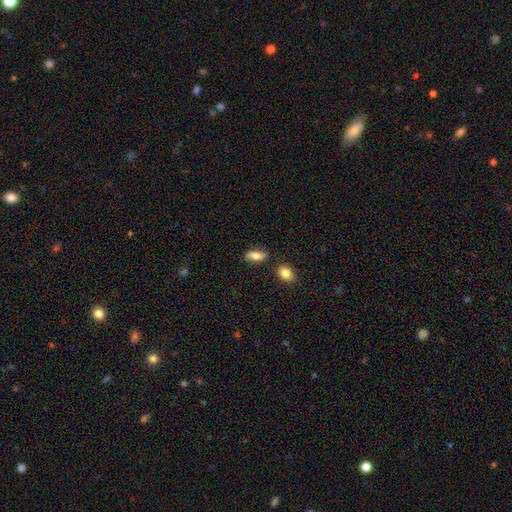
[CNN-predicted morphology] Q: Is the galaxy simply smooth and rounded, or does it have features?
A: smooth — 72%.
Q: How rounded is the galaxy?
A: in between — 82%.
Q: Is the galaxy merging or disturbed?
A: none — 75%.